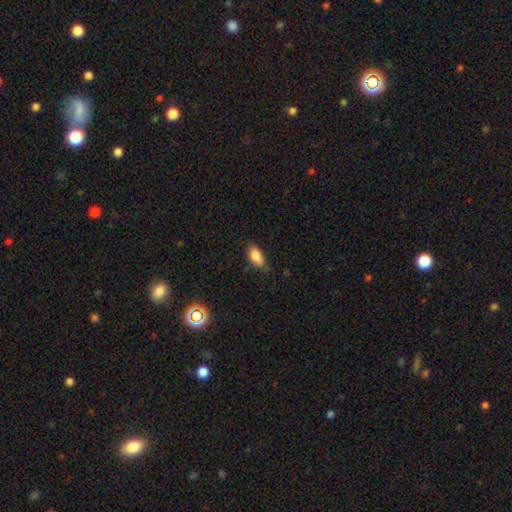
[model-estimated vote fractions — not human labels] Smooth or featured?
  - smooth: 84% *
  - star or artifact: 8%
  - featured or disk: 8%
How rounded?
  - in between: 88% *
  - cigar-shaped: 9%
  - round: 4%
Merging?
  - none: 69% *
  - minor disturbance: 25%
  - major disturbance: 4%
  - merger: 2%